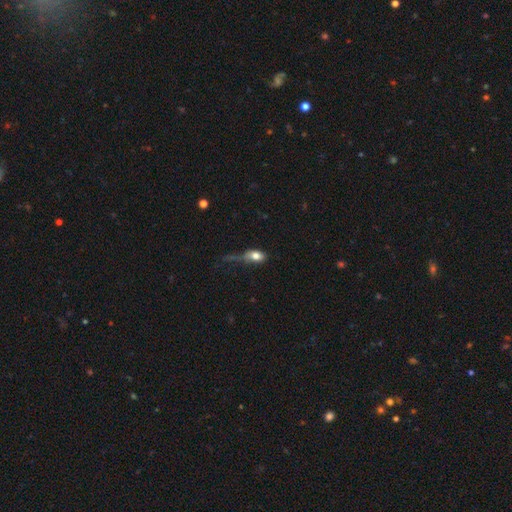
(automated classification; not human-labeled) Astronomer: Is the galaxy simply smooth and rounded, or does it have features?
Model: smooth — 77%.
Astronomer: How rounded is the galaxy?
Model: in between — 82%.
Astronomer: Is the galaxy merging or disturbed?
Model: major disturbance — 37% (runner-up: none, 29%).